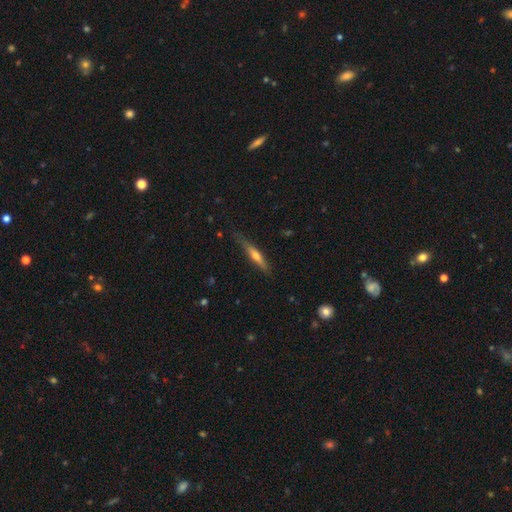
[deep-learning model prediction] A featured or disk galaxy (50%) viewed edge-on (92%).

Vote fractions:
- Smooth or featured? featured or disk: 50% / smooth: 44% / star or artifact: 6%
- Edge-on disk? yes: 92% / no: 8%
- Merging? none: 70% / minor disturbance: 24% / major disturbance: 5% / merger: 2%